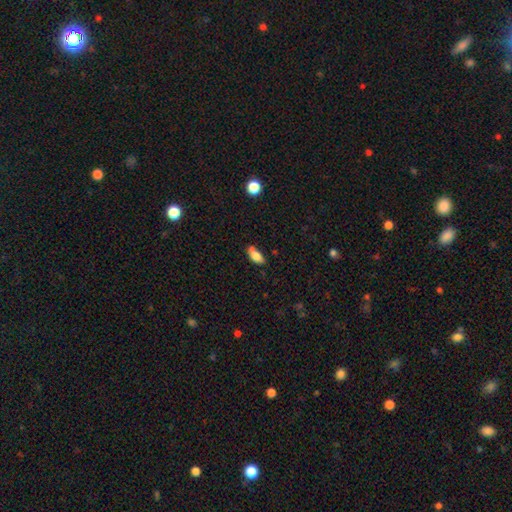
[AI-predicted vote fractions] A smooth galaxy with no disk features (81%) that is in between round and cigar-shaped (83%). Merging: none (67%).